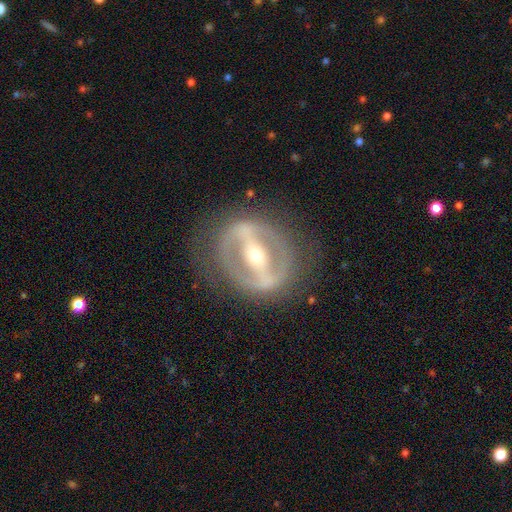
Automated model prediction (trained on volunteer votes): smooth_or_featured: featured or disk (p=0.82) [alt: smooth p=0.12]
disk_edge_on: no (p=0.87) [alt: yes p=0.13]
bar: strong (p=0.81) [alt: weak p=0.13]
has_spiral_arms: no (p=0.69) [alt: yes p=0.31]
bulge_size: moderate (p=0.56) [alt: small p=0.38]
merging: none (p=0.79) [alt: minor disturbance p=0.12]